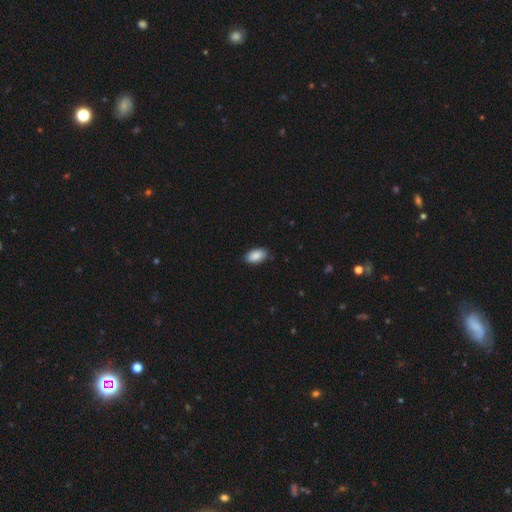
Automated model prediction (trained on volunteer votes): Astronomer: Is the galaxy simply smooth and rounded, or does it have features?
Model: smooth — 89%.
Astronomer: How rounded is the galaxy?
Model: in between — 95%.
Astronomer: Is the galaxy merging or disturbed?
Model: none — 85%.